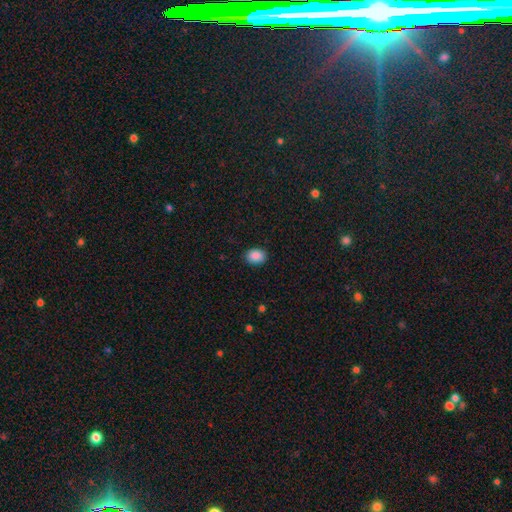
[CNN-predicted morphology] Overall: smooth (89%). How rounded: in between (68%; round 31%). Merging: none (88%).